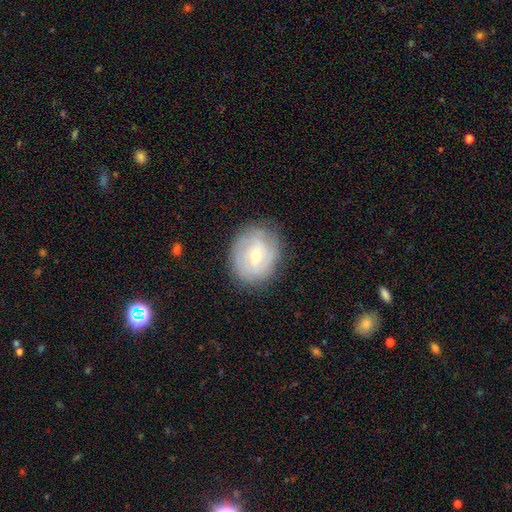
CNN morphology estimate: The model was most divided on "bar": weak: 50%, no: 34%, strong: 16%. More confident: edge-on disk — no (96%); merging — none (79%); spiral arms — yes (69%); smooth or featured — featured or disk (64%); bulge size — moderate (60%).